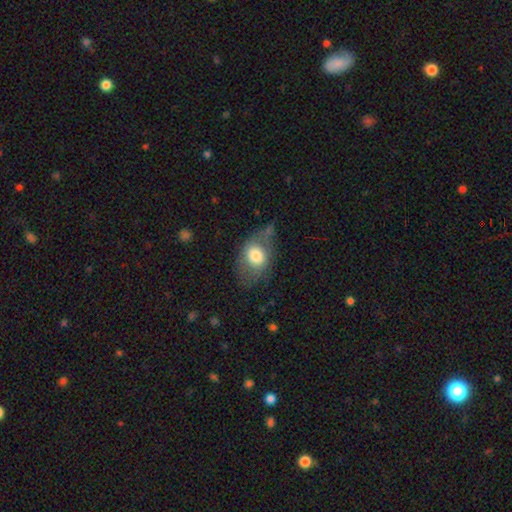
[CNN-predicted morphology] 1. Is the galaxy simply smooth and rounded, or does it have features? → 68% smooth, 25% featured or disk, 8% star or artifact.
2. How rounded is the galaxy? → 69% in between, 29% round, 2% cigar-shaped.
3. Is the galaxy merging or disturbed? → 46% none, 29% minor disturbance, 22% major disturbance, 4% merger.